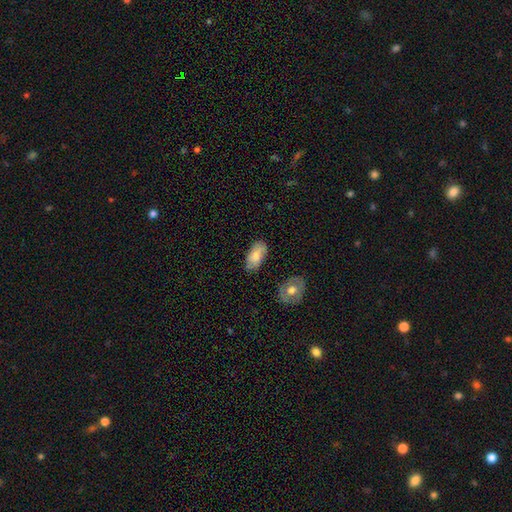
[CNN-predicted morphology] type=smooth (70%); roundness=in between (92%); merging=none (74%).